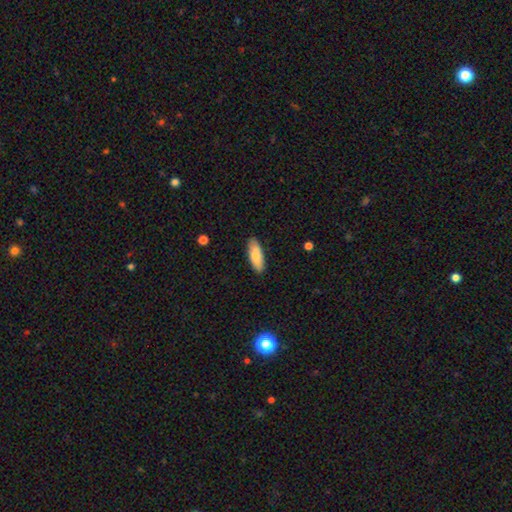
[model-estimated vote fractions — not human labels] smooth 85%, featured or disk 10%, star or artifact 6%. Down the decision tree: how rounded — in between (67%); merging — none (88%).